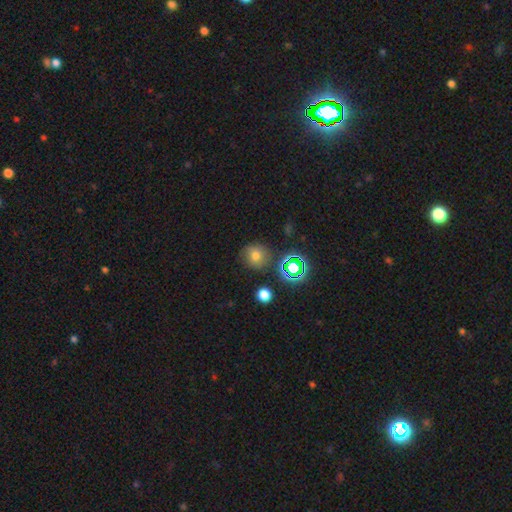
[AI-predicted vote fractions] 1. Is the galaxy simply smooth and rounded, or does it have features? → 62% smooth, 23% star or artifact, 15% featured or disk.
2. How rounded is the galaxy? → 88% round, 11% in between, 1% cigar-shaped.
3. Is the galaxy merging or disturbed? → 78% none, 13% minor disturbance, 5% major disturbance, 4% merger.